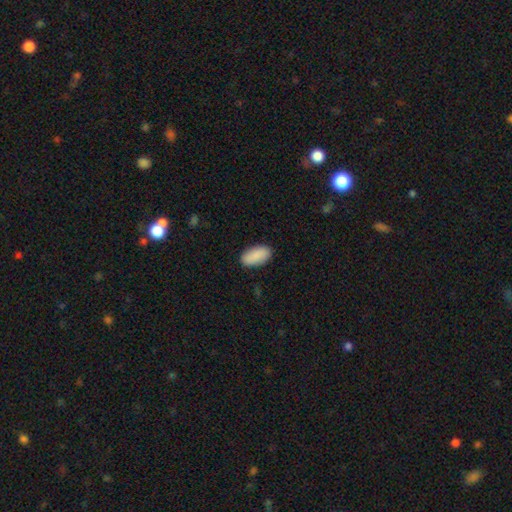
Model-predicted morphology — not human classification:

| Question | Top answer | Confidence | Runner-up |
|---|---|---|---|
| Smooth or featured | smooth | 90% | star or artifact (6%) |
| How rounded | in between | 94% | cigar-shaped (3%) |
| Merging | none | 88% | minor disturbance (9%) |